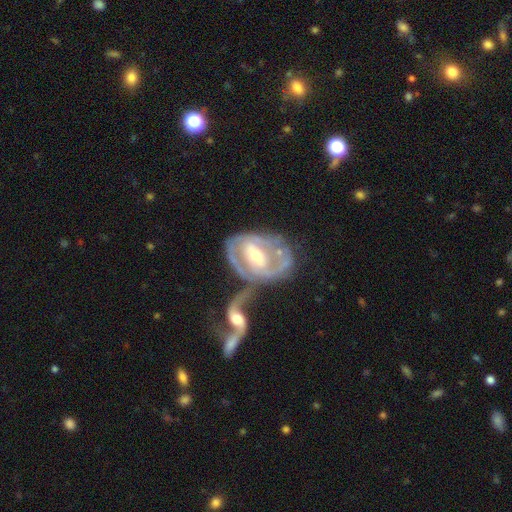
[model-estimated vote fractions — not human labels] This appears to be a featured or disk galaxy (83%) with a weak bar (42%), 2 (61%) medium (39%) spiral arms (77%) and a moderate central bulge (65%). Merging: merger (51%).